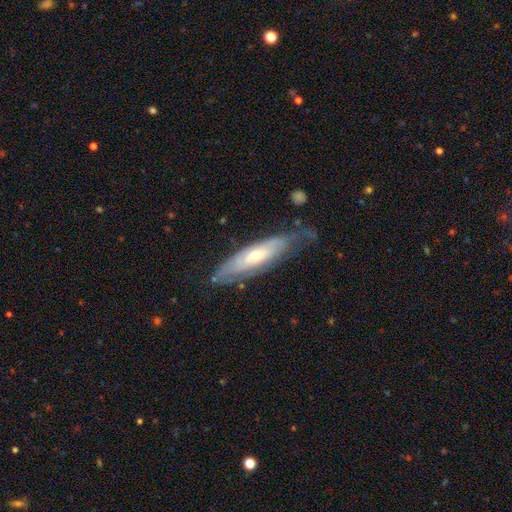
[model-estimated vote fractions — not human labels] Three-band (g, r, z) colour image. It shows a featured or disk galaxy (63%). Merging: none (63%).